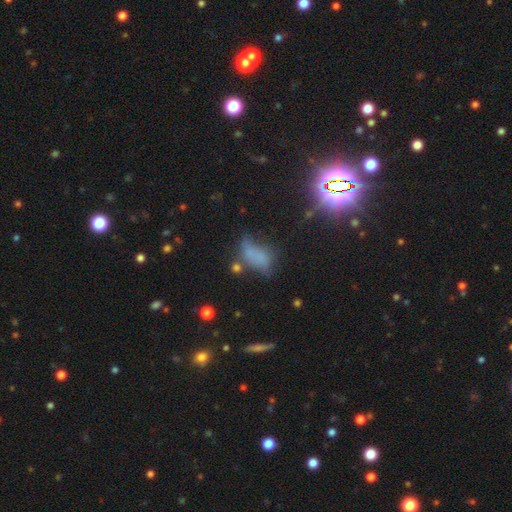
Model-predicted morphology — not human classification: smooth_or_featured: smooth (p=0.57) [alt: star or artifact p=0.24]
how_rounded: in between (p=0.83) [alt: cigar-shaped p=0.09]
merging: none (p=0.36) [alt: minor disturbance p=0.31]